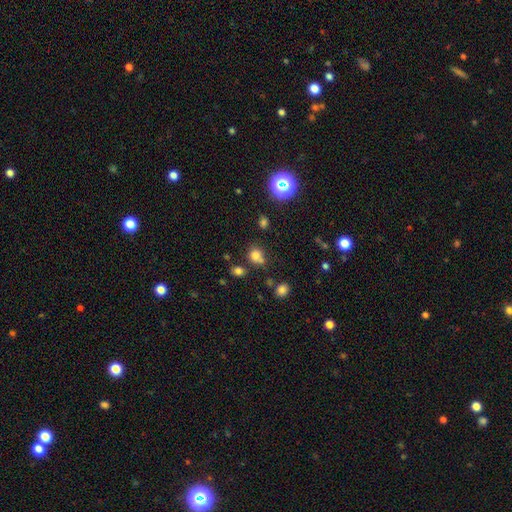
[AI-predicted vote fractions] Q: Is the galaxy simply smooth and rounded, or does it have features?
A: smooth — 74%.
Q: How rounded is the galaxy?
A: round — 72%.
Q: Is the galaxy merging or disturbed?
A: none — 61%.